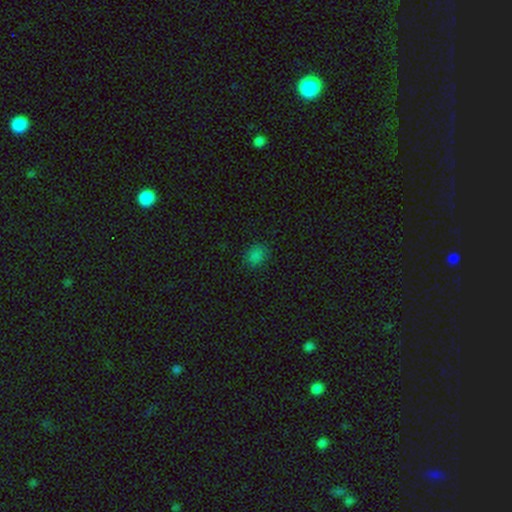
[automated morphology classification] type=smooth (80%); roundness=round (56%); merging=none (84%).